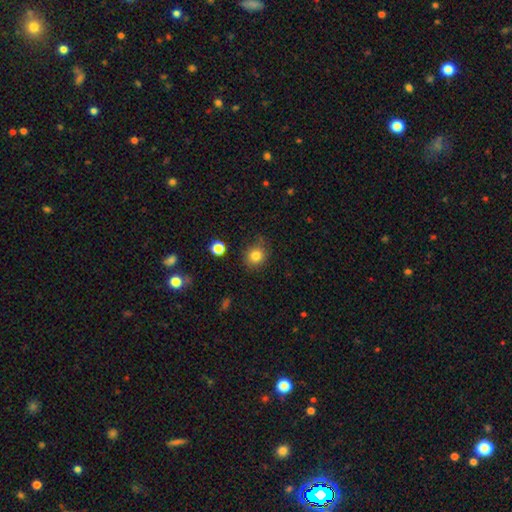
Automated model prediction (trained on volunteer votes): A smooth galaxy with no disk features (82%) that is round (83%).

Vote fractions:
- Smooth or featured? smooth: 82% / star or artifact: 12% / featured or disk: 6%
- How rounded? round: 83% / in between: 16% / cigar-shaped: 1%
- Merging? none: 83% / minor disturbance: 12% / major disturbance: 3% / merger: 2%